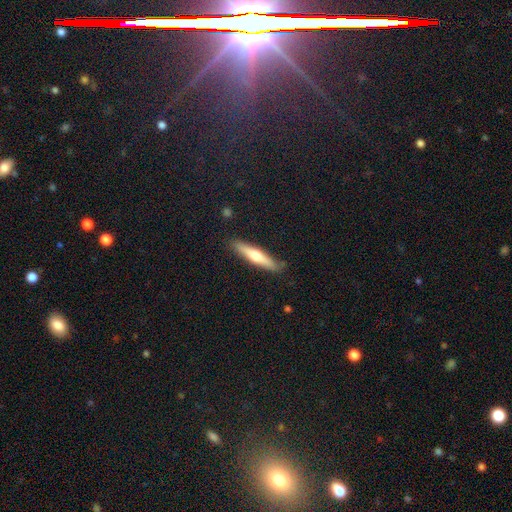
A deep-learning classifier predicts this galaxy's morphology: Smooth or featured: smooth — 49% (featured or disk — 46%)
Merging: none — 87% (minor disturbance — 9%)